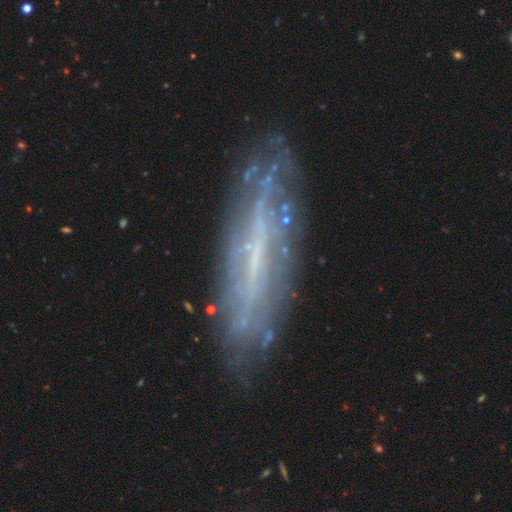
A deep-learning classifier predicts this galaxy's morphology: Smooth or featured? featured or disk (72%)
Edge-on disk? no (57%)
Merging? none (75%)